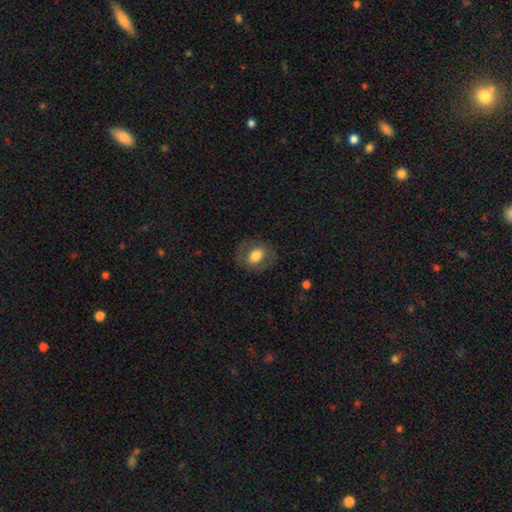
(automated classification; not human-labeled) The model was most divided on "how rounded": in between: 58%, round: 41%, cigar-shaped: 1%. More confident: merging — none (81%); smooth or featured — smooth (72%).